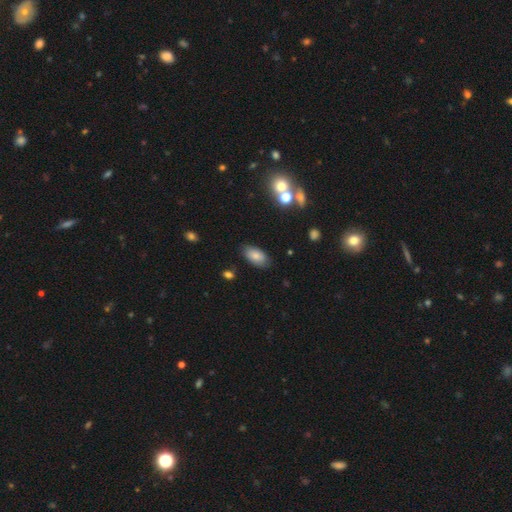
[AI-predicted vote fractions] This is clearly a smooth galaxy (80%). How rounded: clearly in between (93%). Merging: clearly none (83%).